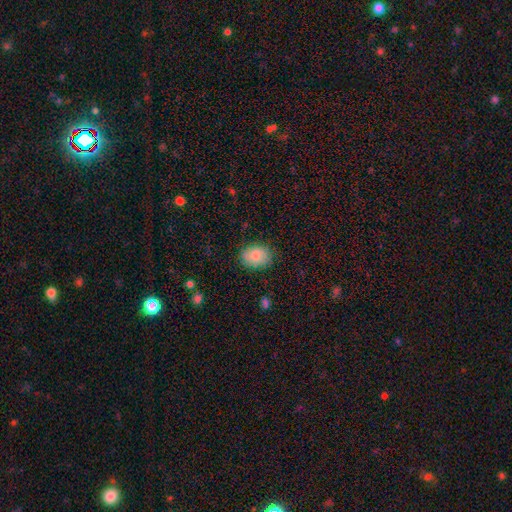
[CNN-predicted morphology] This is clearly a smooth galaxy (86%). How rounded: likely in between (70%). Merging: clearly none (81%).